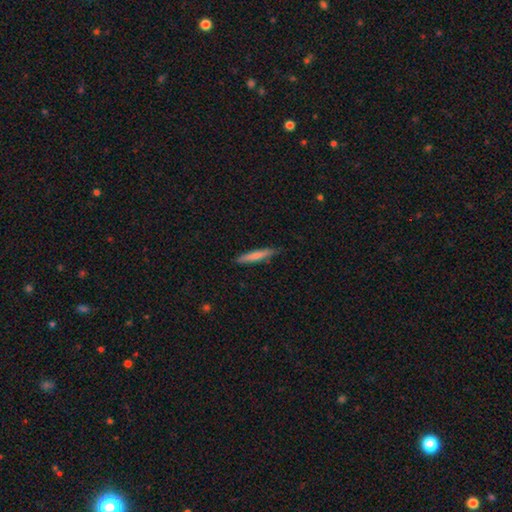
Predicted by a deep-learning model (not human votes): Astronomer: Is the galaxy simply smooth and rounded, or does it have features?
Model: smooth — 74%.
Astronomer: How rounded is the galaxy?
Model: cigar-shaped — 92%.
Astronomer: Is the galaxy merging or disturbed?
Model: none — 85%.